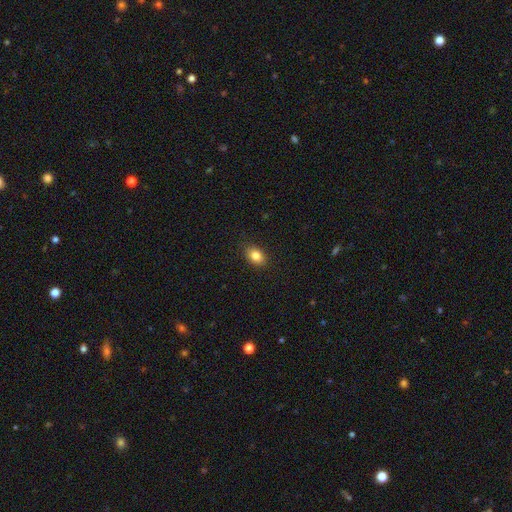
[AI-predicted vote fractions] A smooth galaxy with no disk features (85%) that is in between round and cigar-shaped (78%).

Vote fractions:
- Smooth or featured? smooth: 85% / star or artifact: 9% / featured or disk: 6%
- How rounded? in between: 78% / round: 21% / cigar-shaped: 1%
- Merging? none: 87% / minor disturbance: 10% / major disturbance: 2% / merger: 1%